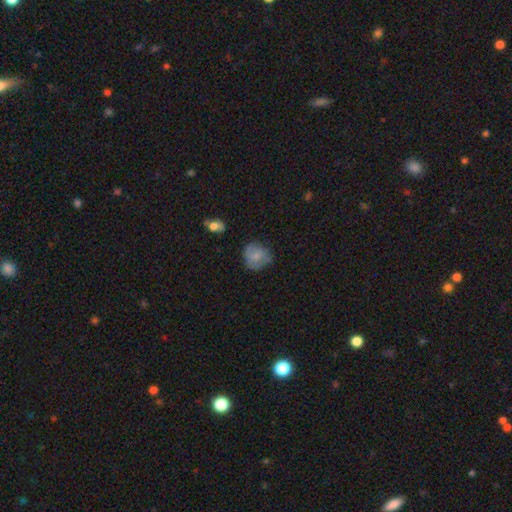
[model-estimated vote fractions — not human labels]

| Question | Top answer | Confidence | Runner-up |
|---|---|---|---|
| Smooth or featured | smooth | 70% | featured or disk (21%) |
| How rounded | round | 79% | in between (20%) |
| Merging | none | 63% | minor disturbance (25%) |